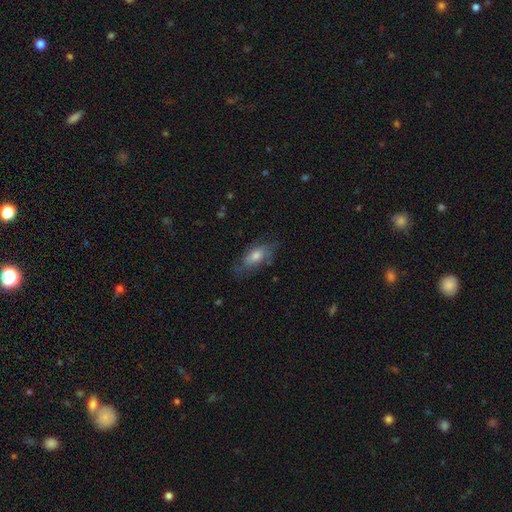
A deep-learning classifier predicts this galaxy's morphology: This is possibly a featured or disk galaxy (49%). Merging: likely none (67%).